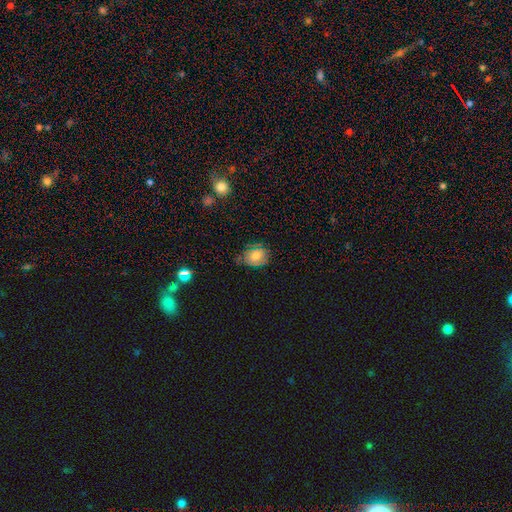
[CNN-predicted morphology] Smooth or featured? Predicted: smooth (p=0.54). How rounded? Predicted: round (p=0.54). Merging? Predicted: none (p=0.63).